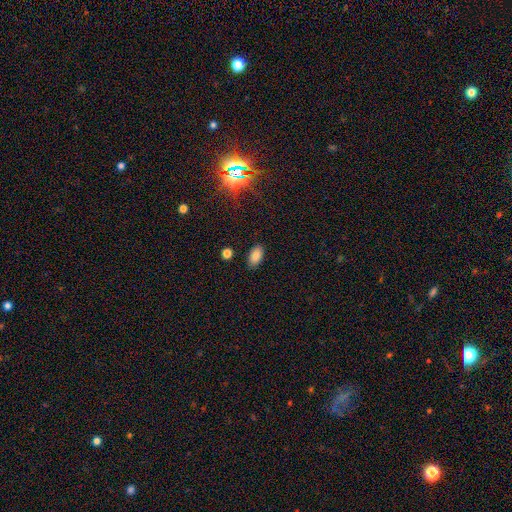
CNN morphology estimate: The model was most divided on "smooth or featured": smooth: 84%, star or artifact: 10%, featured or disk: 6%. More confident: how rounded — in between (93%); merging — none (87%).